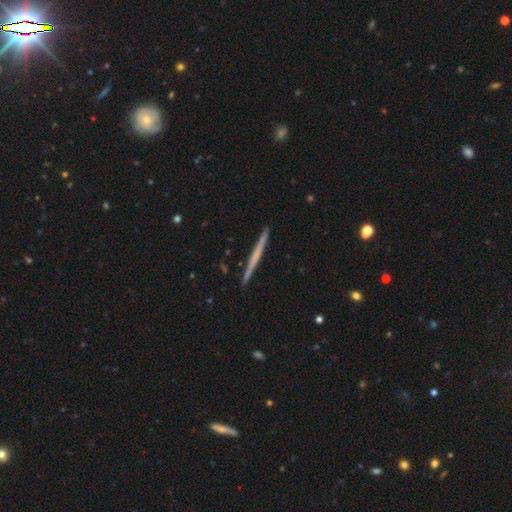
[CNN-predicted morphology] This appears to be a featured or disk galaxy (56%) viewed edge-on (98%) with no central bulge (84%). Merging: none (93%).